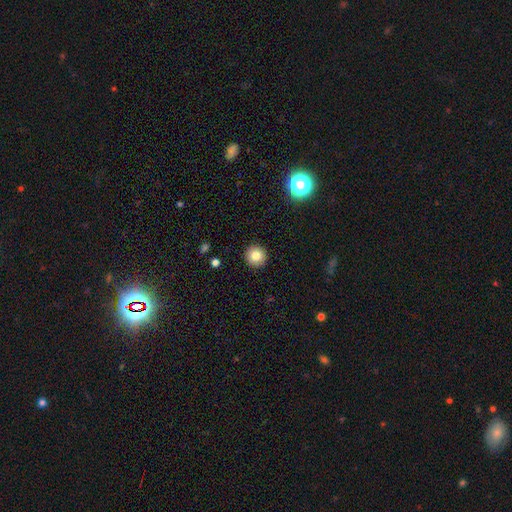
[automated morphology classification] This appears to be a smooth galaxy with no disk features (81%) that is round (96%). Merging: none (93%).